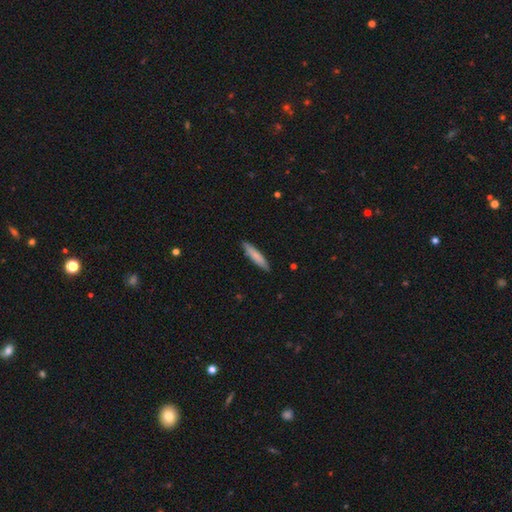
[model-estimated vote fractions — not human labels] smooth_or_featured: smooth (p=0.78) [alt: featured or disk p=0.17]
how_rounded: cigar-shaped (p=0.86) [alt: in between p=0.13]
merging: none (p=0.87) [alt: minor disturbance p=0.10]